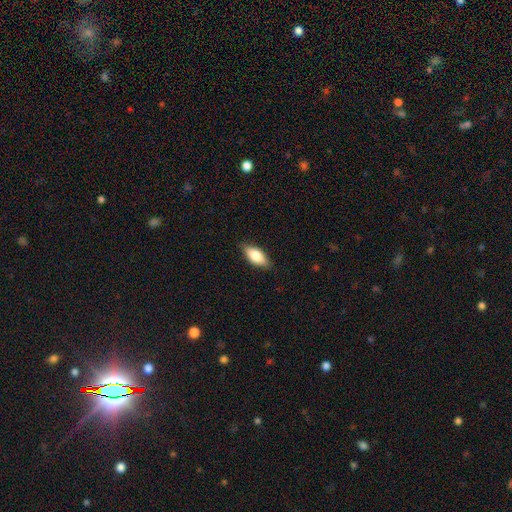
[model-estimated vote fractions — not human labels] A smooth galaxy with no disk features (78%) that is in between round and cigar-shaped (84%).

Vote fractions:
- Smooth or featured? smooth: 78% / featured or disk: 15% / star or artifact: 6%
- How rounded? in between: 84% / cigar-shaped: 13% / round: 3%
- Merging? none: 85% / minor disturbance: 12% / major disturbance: 2% / merger: 1%